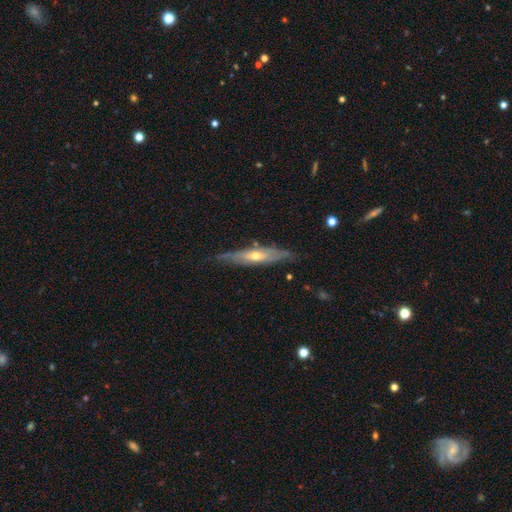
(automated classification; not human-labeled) This appears to be a featured or disk galaxy (67%) viewed edge-on (66%). Merging: none (73%).